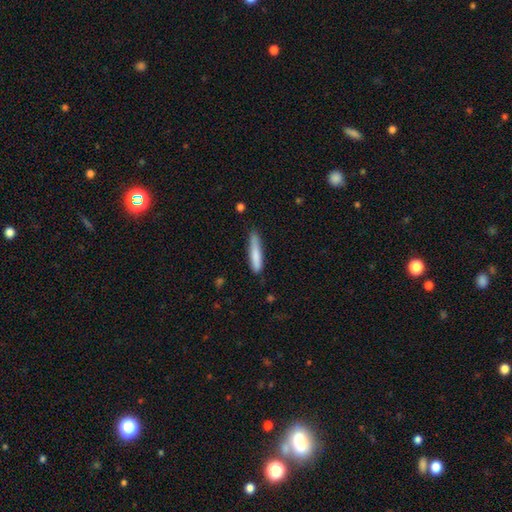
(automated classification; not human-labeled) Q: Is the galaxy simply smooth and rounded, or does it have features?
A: smooth — 79%.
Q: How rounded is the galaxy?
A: cigar-shaped — 88%.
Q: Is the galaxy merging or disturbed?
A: none — 71%.